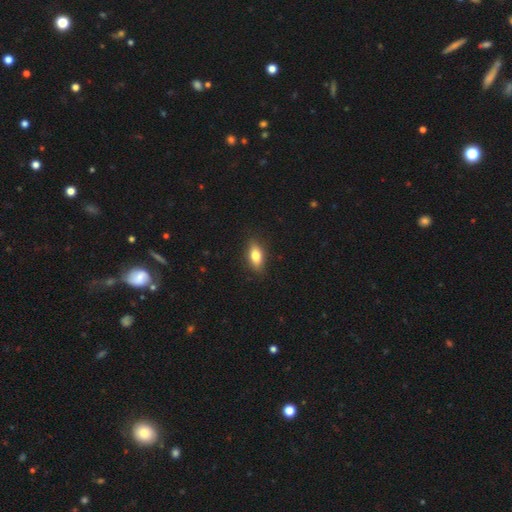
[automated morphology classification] A smooth galaxy with no disk features (78%) that is in between round and cigar-shaped (81%).

Vote fractions:
- Smooth or featured? smooth: 78% / featured or disk: 15% / star or artifact: 8%
- How rounded? in between: 81% / cigar-shaped: 13% / round: 5%
- Merging? none: 86% / minor disturbance: 10% / major disturbance: 2% / merger: 1%